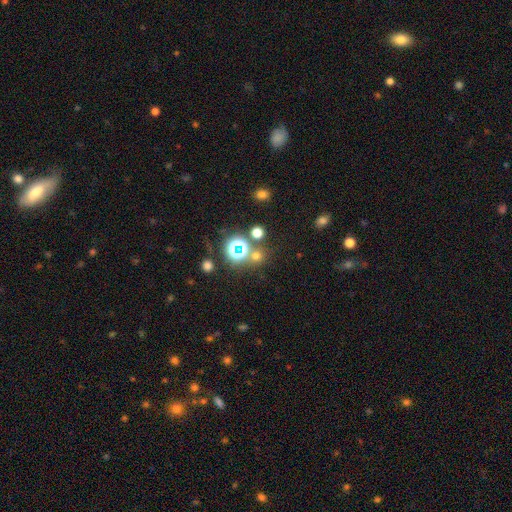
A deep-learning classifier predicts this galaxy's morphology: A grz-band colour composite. It shows a smooth galaxy with no disk features (55%) that is round (88%). Merging: none (73%).